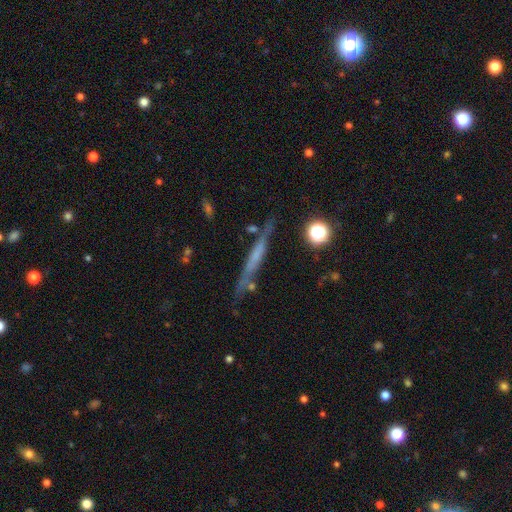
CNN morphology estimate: The model was most divided on "smooth or featured": featured or disk: 52%, smooth: 37%, star or artifact: 10%. More confident: edge-on disk — yes (91%); merging — none (75%).